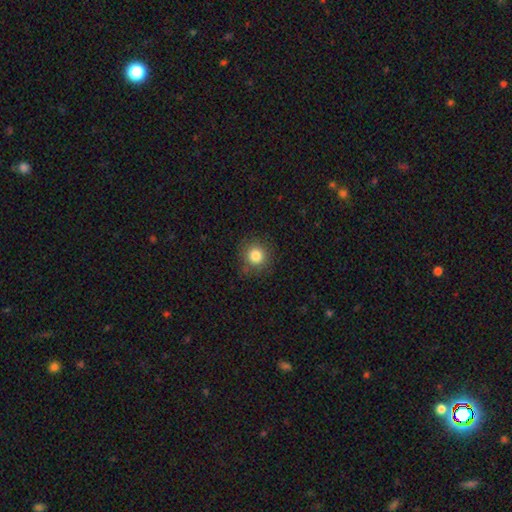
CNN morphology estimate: A smooth galaxy with no disk features (82%) that is round (92%). Merging: none (84%).